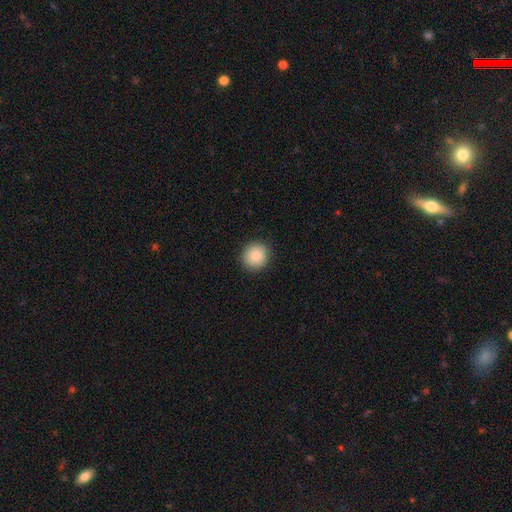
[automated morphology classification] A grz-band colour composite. It shows a smooth galaxy with no disk features (87%) that is round (91%). Merging: none (90%).